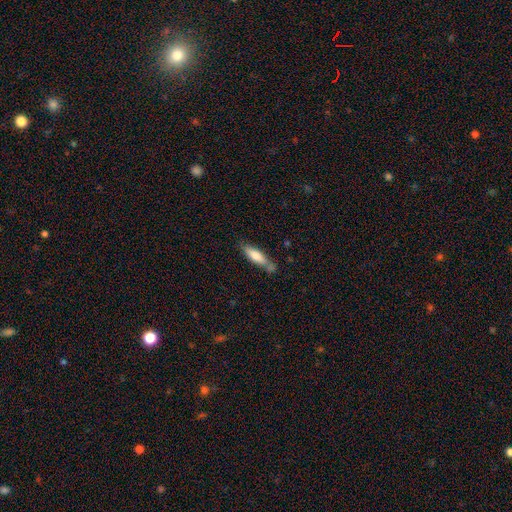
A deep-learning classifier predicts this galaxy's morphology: Smooth or featured? Predicted: smooth (p=0.71). How rounded? Predicted: cigar-shaped (p=0.63). Merging? Predicted: none (p=0.63).